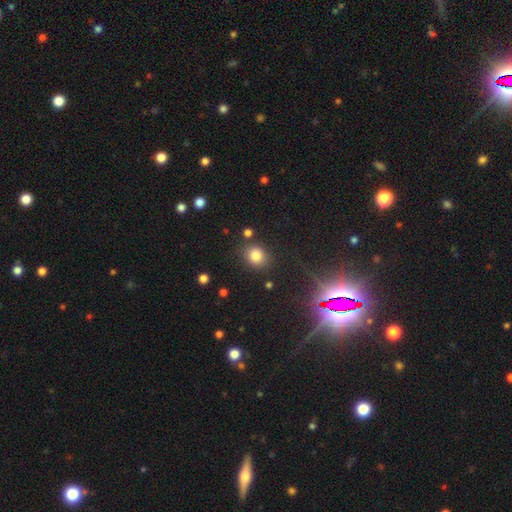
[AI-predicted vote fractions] smooth_or_featured: smooth (p=0.79) [alt: star or artifact p=0.14]
how_rounded: round (p=0.66) [alt: in between p=0.33]
merging: none (p=0.80) [alt: minor disturbance p=0.11]